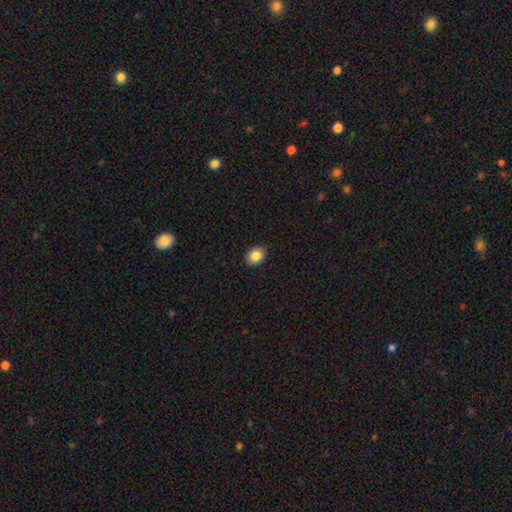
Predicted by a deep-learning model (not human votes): Morphology: type=smooth (86%); roundness=in between (65%); merging=none (90%).